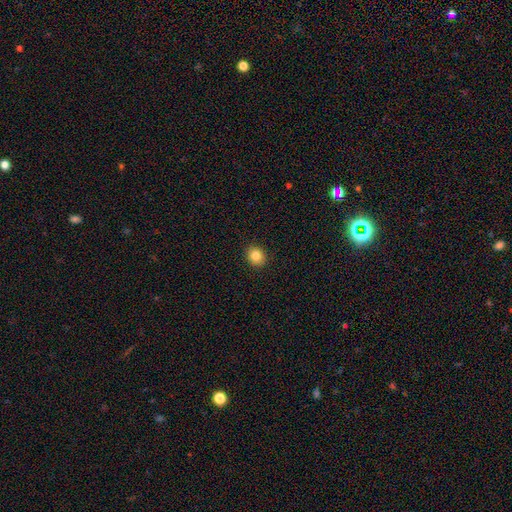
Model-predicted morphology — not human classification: Smooth or featured?
  - smooth: 84% *
  - star or artifact: 10%
  - featured or disk: 6%
How rounded?
  - round: 77% *
  - in between: 22%
  - cigar-shaped: 1%
Merging?
  - none: 91% *
  - minor disturbance: 6%
  - major disturbance: 2%
  - merger: 1%